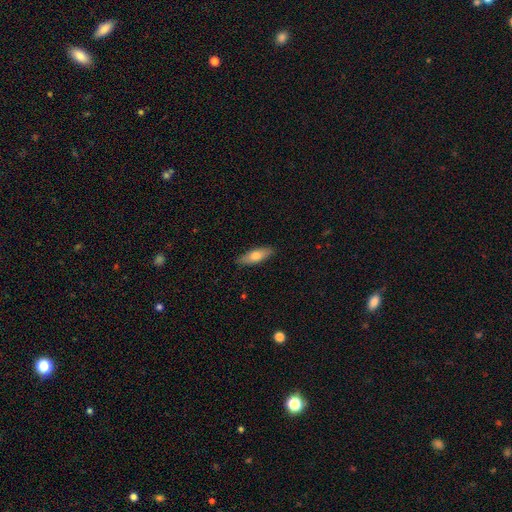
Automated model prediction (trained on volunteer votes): smooth_or_featured: smooth (p=0.69) [alt: featured or disk p=0.25]
how_rounded: in between (p=0.59) [alt: cigar-shaped p=0.39]
merging: none (p=0.87) [alt: minor disturbance p=0.10]